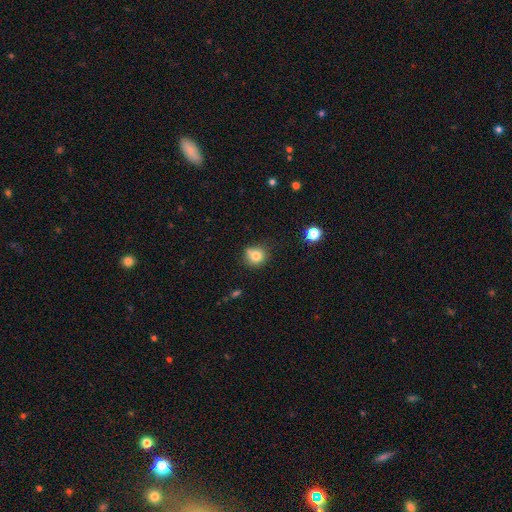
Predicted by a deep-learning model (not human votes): smooth_or_featured: smooth (p=0.79) [alt: star or artifact p=0.12]
how_rounded: round (p=0.84) [alt: in between p=0.15]
merging: none (p=0.65) [alt: minor disturbance p=0.21]